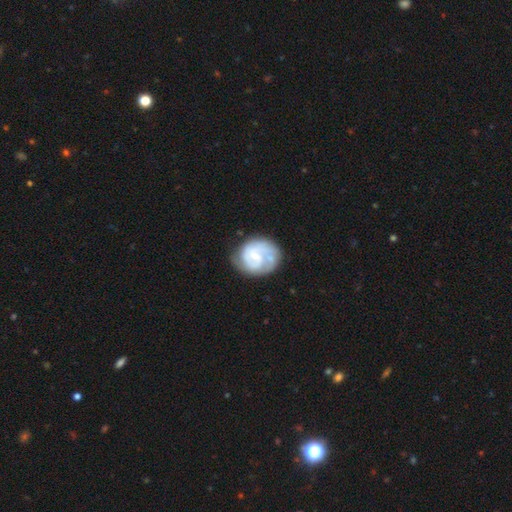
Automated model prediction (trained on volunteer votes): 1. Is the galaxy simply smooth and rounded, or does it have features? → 71% featured or disk, 24% smooth, 6% star or artifact.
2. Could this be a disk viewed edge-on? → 98% no, 2% yes.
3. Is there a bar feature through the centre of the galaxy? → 47% no, 45% weak, 8% strong.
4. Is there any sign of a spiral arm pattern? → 87% yes, 13% no.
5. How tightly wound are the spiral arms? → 53% tight, 34% medium, 13% loose.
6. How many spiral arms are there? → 44% 2, 23% can't tell, 19% 1, 9% 3, 2% 4, 2% more than 4.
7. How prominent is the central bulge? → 64% small, 21% moderate, 12% none, 2% large, 1% dominant.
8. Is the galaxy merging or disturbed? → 60% none, 23% minor disturbance, 14% major disturbance, 4% merger.